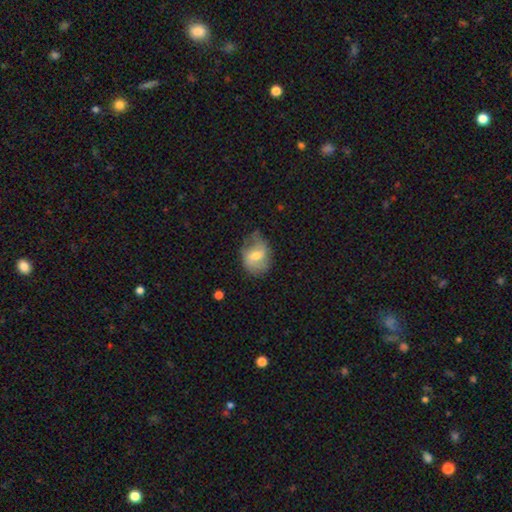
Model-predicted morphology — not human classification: smooth 48%, featured or disk 45%, star or artifact 7%. Down the decision tree: merging — none (57%).